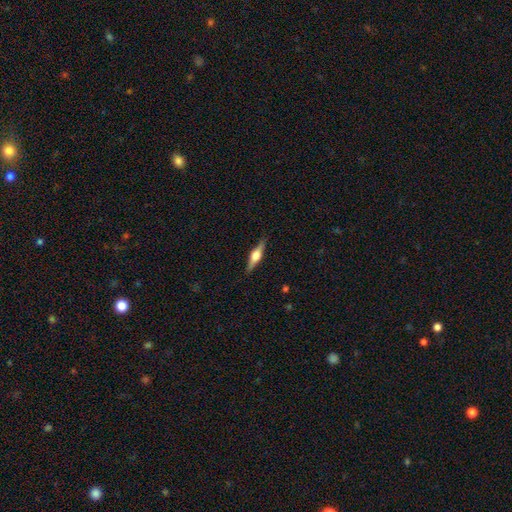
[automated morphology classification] featured or disk 71%, smooth 24%, star or artifact 6%. Down the decision tree: edge-on disk — yes (97%); edge-on bulge — rounded (92%); merging — none (89%).